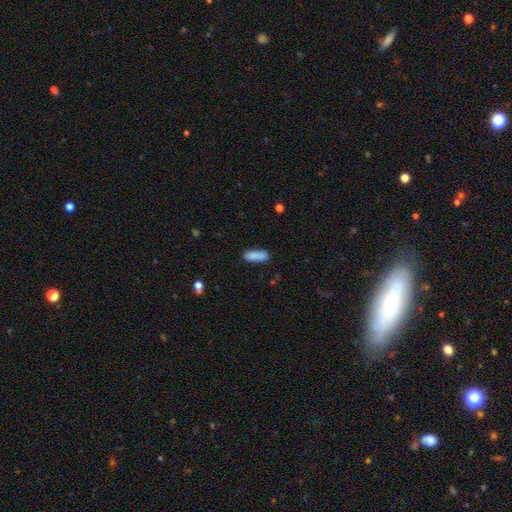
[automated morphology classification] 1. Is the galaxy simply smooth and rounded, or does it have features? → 88% smooth, 7% star or artifact, 6% featured or disk.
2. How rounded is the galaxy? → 55% in between, 43% cigar-shaped, 2% round.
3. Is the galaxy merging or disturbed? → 82% none, 13% minor disturbance, 3% major disturbance, 2% merger.